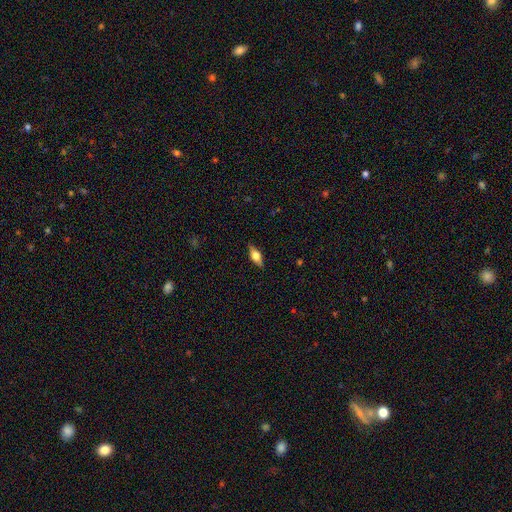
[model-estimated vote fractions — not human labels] Smooth or featured? featured or disk (51%)
Edge-on disk? yes (92%)
Merging? none (87%)